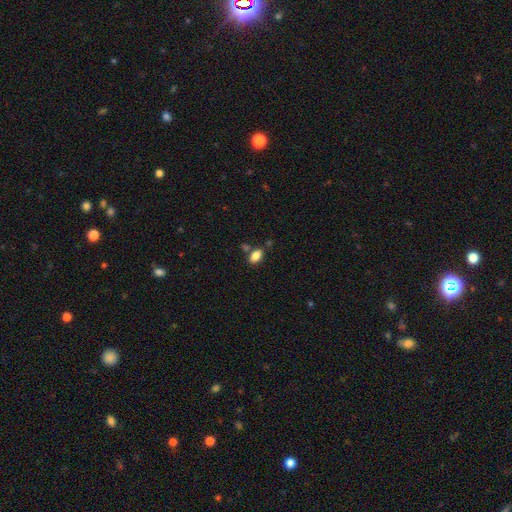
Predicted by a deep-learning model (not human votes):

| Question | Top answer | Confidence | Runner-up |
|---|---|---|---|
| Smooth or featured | smooth | 85% | star or artifact (9%) |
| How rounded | in between | 90% | round (8%) |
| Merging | none | 70% | merger (13%) |